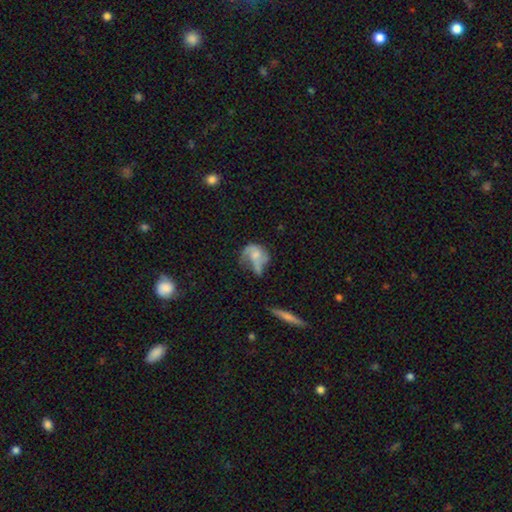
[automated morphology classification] Q: Smooth or featured?
A: featured or disk (53%); runner-up: smooth (37%)
Q: Edge-on disk?
A: no (96%); runner-up: yes (4%)
Q: Bar?
A: no (72%); runner-up: weak (23%)
Q: Spiral arms?
A: yes (63%); runner-up: no (37%)
Q: Bulge size?
A: small (36%); runner-up: moderate (34%)
Q: Merging?
A: major disturbance (37%); runner-up: none (26%)